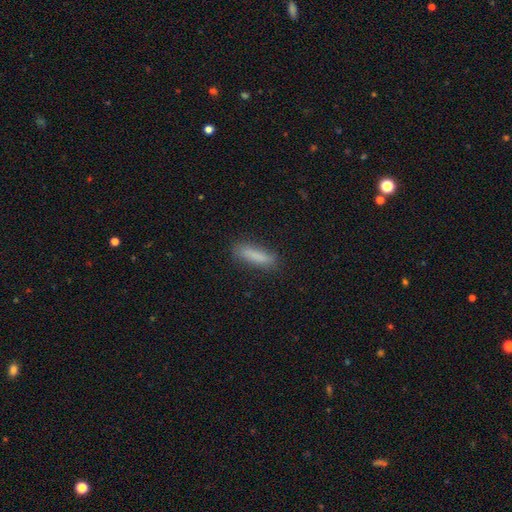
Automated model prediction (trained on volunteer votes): Overall: smooth (83%). How rounded: cigar-shaped (77%). Merging: none (84%).